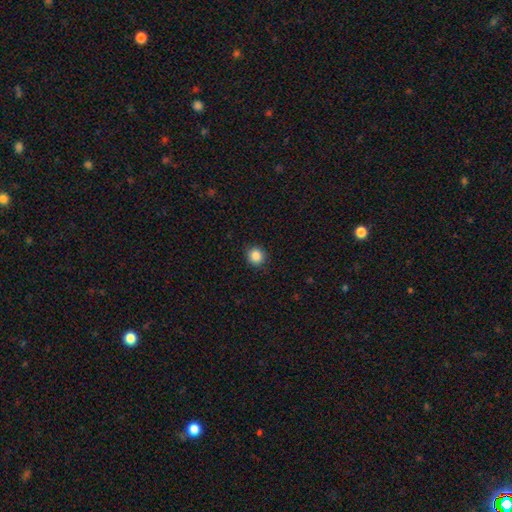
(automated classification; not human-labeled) Morphology: type=smooth (87%); roundness=round (90%); merging=none (90%).